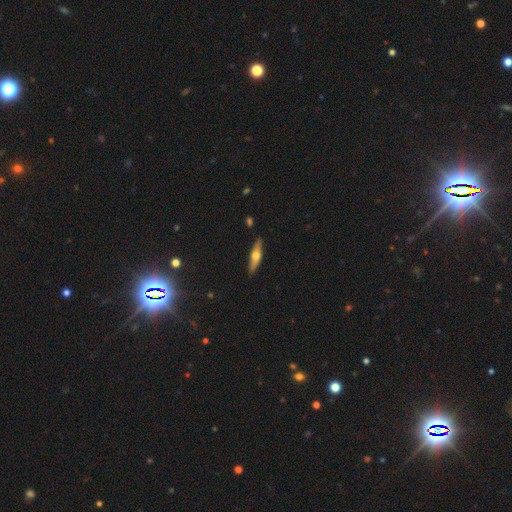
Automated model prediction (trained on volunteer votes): Overall: featured or disk (53%; smooth 41%). Edge-on disk: yes (92%). Merging: none (88%).